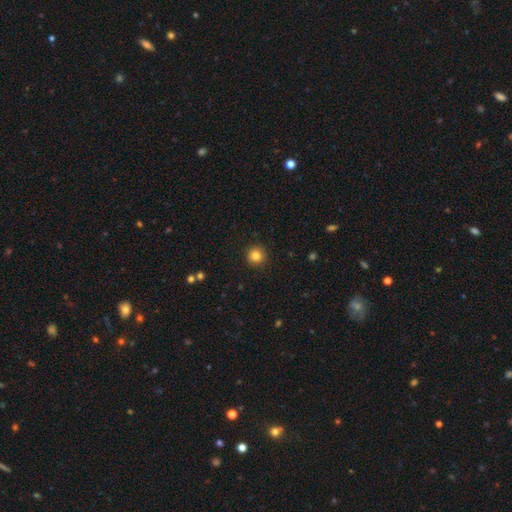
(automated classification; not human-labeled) Smooth or featured?
  - smooth: 84% *
  - star or artifact: 11%
  - featured or disk: 5%
How rounded?
  - round: 95% *
  - in between: 4%
  - cigar-shaped: 1%
Merging?
  - none: 92% *
  - minor disturbance: 5%
  - major disturbance: 2%
  - merger: 1%